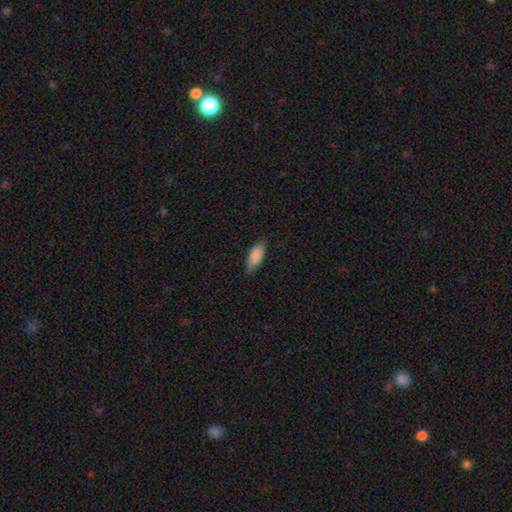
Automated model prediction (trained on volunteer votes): Smooth or featured? Predicted: smooth (p=0.87). How rounded? Predicted: in between (p=0.83). Merging? Predicted: none (p=0.74).